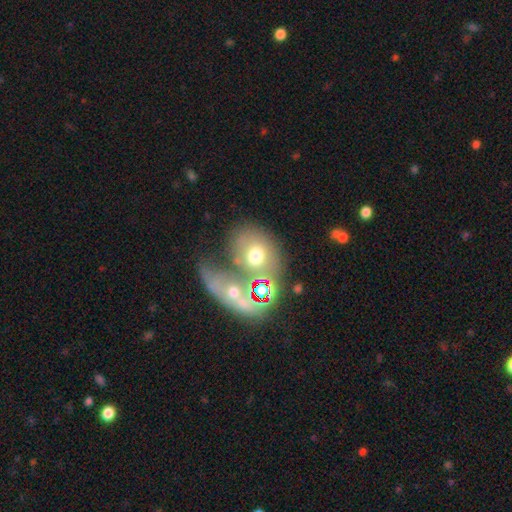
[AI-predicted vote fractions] smooth_or_featured: smooth (p=0.54) [alt: featured or disk p=0.28]
how_rounded: in between (p=0.52) [alt: round p=0.46]
merging: merger (p=0.44) [alt: none p=0.30]